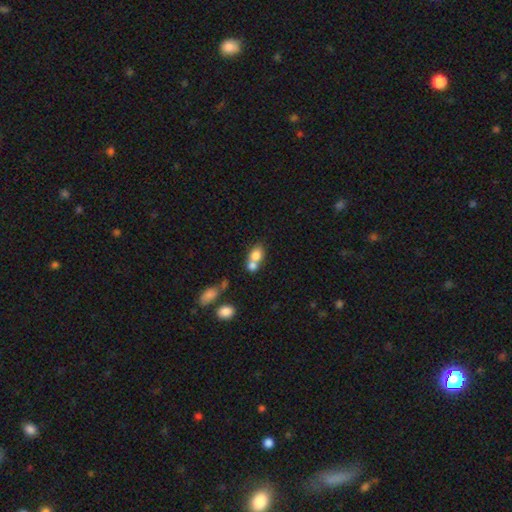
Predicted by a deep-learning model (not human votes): Smooth or featured: smooth — 76% (featured or disk — 14%)
How rounded: in between — 52% (round — 46%)
Merging: merger — 58% (none — 30%)